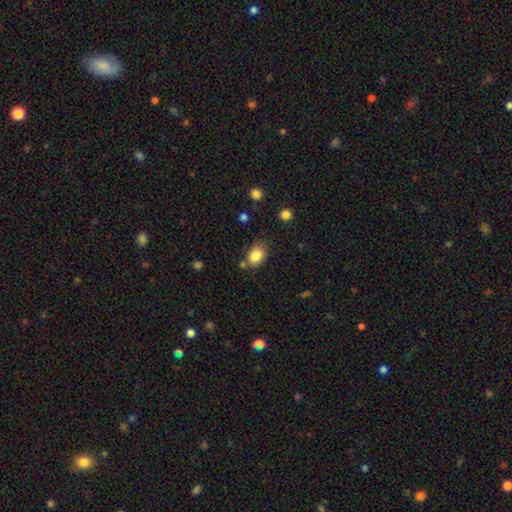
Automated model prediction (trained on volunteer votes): Smooth or featured?
  - smooth: 85% *
  - star or artifact: 9%
  - featured or disk: 7%
How rounded?
  - in between: 75% *
  - round: 24%
  - cigar-shaped: 1%
Merging?
  - none: 67% *
  - minor disturbance: 19%
  - merger: 9%
  - major disturbance: 5%